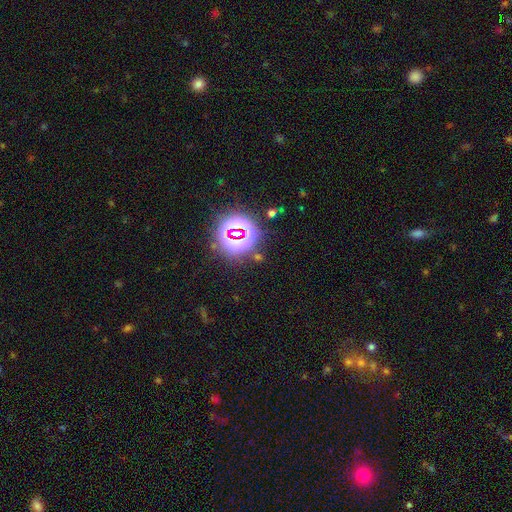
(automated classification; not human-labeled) Smooth or featured? Predicted: star or artifact (p=0.75).